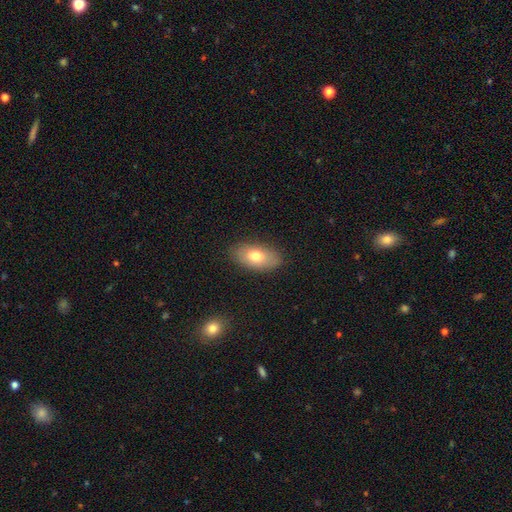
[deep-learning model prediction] Smooth or featured? Predicted: smooth (p=0.73). How rounded? Predicted: in between (p=0.91). Merging? Predicted: none (p=0.85).